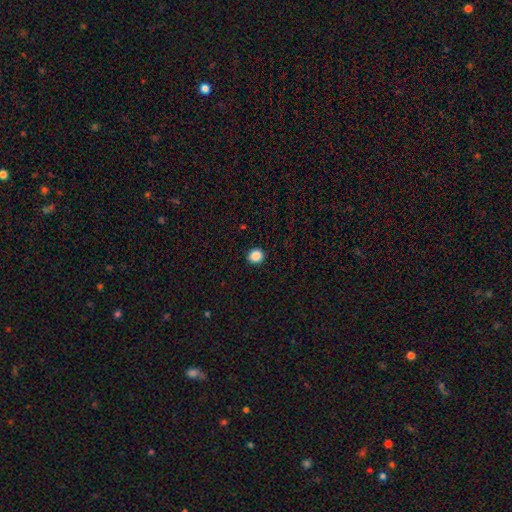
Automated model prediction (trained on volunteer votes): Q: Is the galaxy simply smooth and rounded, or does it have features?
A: smooth — 88%.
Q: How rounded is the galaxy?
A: round — 88%.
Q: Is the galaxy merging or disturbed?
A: none — 92%.